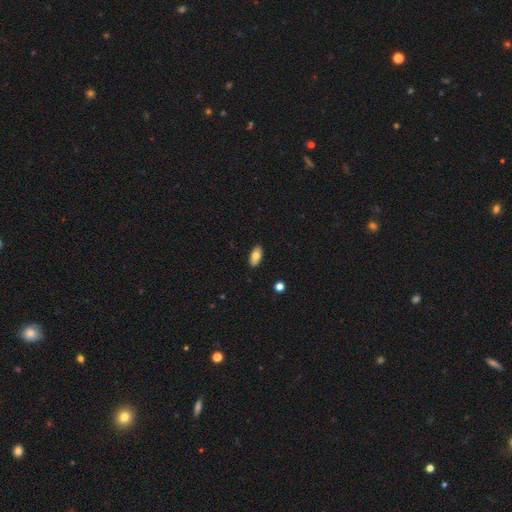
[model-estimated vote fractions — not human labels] A smooth galaxy with no disk features (75%) that is in between round and cigar-shaped (92%). Merging: none (89%).